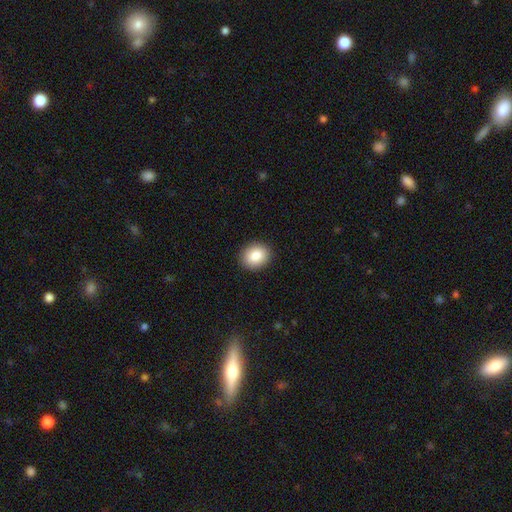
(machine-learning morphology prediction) smooth_or_featured: smooth (p=0.85) [alt: star or artifact p=0.08]
how_rounded: round (p=0.59) [alt: in between p=0.40]
merging: none (p=0.91) [alt: minor disturbance p=0.07]